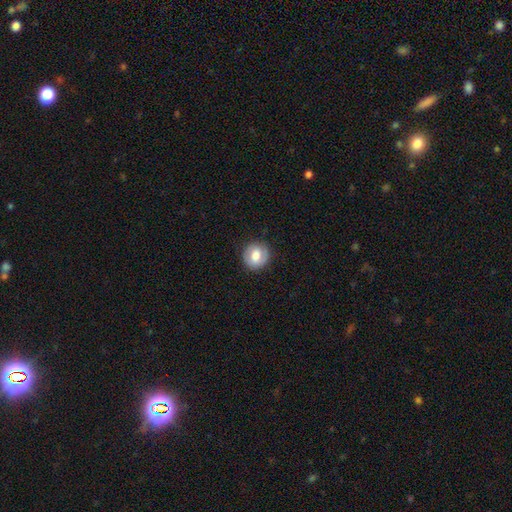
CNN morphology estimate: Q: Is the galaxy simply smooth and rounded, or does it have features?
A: smooth — 64%.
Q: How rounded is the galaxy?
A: round — 82%.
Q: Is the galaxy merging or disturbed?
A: none — 82%.